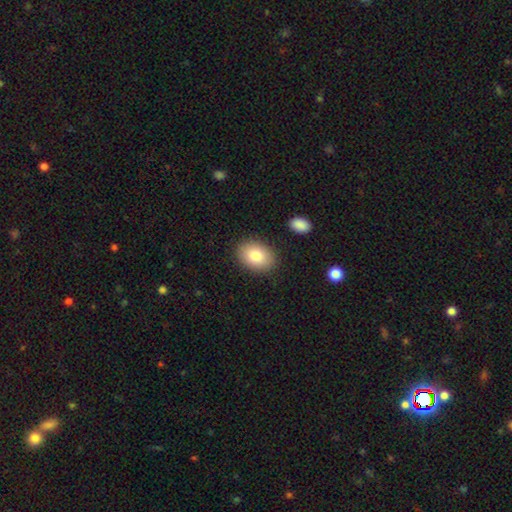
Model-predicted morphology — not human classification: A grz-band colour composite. It shows a smooth galaxy with no disk features (83%) that is in between round and cigar-shaped (77%). Merging: none (87%).